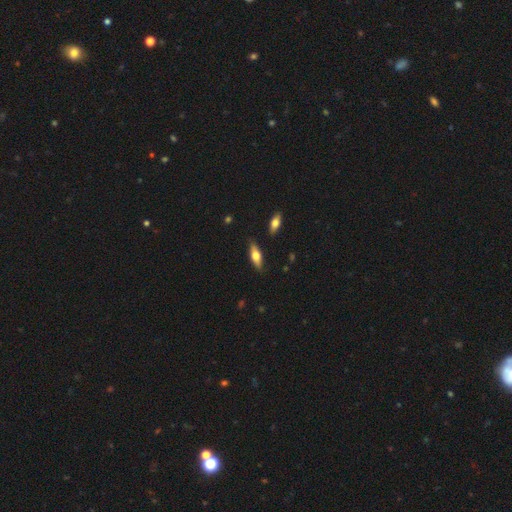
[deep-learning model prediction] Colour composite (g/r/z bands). It shows a smooth galaxy with no disk features (56%) that is in between round and cigar-shaped (62%). Merging: none (85%).